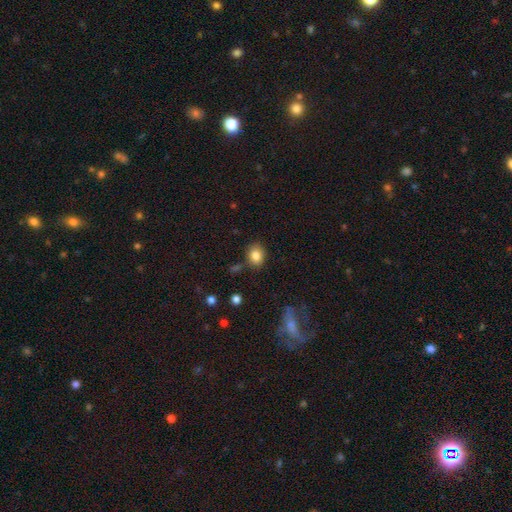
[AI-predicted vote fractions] Smooth or featured: smooth — 83% (star or artifact — 10%)
How rounded: round — 56% (in between — 43%)
Merging: none — 80% (minor disturbance — 13%)